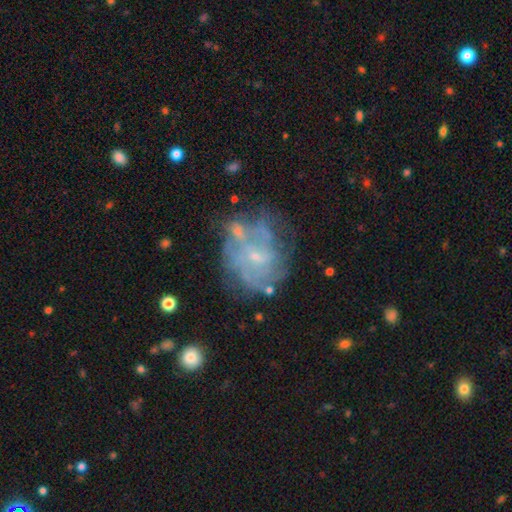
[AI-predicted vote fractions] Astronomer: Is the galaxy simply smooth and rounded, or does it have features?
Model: featured or disk — 69%.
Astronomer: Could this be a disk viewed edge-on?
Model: no — 98%.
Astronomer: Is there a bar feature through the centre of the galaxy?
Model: no — 68%.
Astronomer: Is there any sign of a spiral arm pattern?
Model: yes — 60% (runner-up: no, 40%).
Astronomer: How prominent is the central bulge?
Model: small — 76%.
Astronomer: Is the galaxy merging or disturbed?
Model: none — 51%.